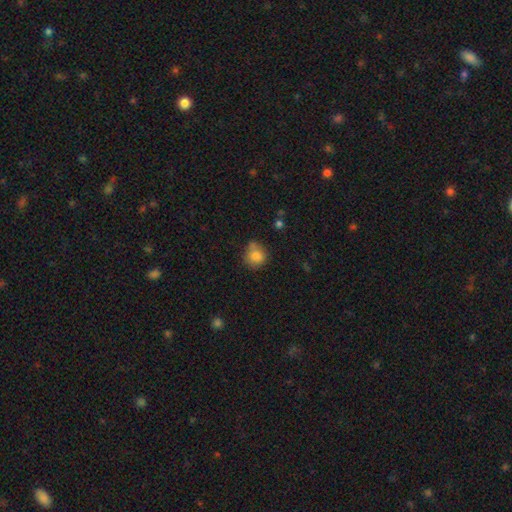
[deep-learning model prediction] Overall: smooth (81%). How rounded: round (81%). Merging: none (59%; minor disturbance 24%).